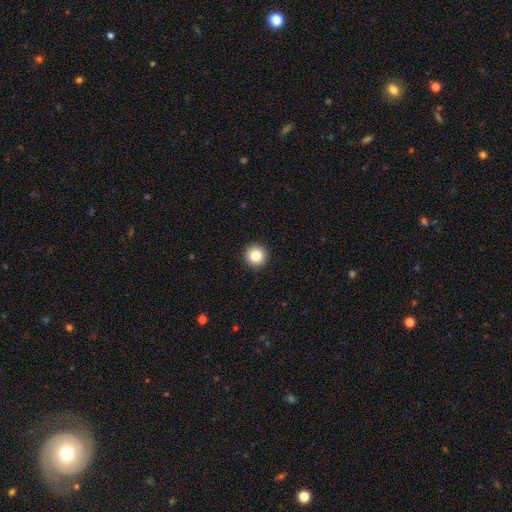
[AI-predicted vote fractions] Morphology: type=smooth (83%); roundness=round (96%); merging=none (94%).